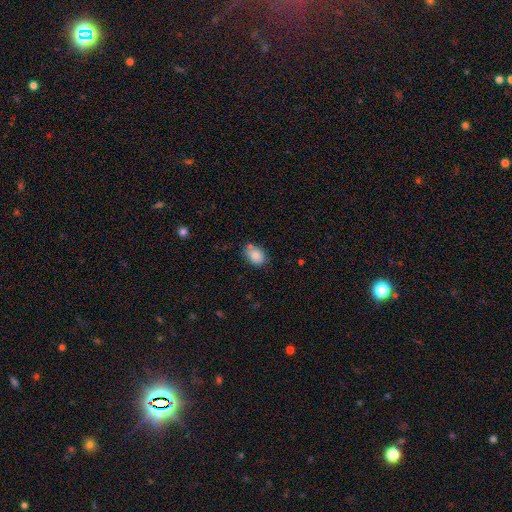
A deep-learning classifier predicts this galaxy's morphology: Q: Smooth or featured?
A: smooth (84%); runner-up: star or artifact (8%)
Q: How rounded?
A: in between (69%); runner-up: round (30%)
Q: Merging?
A: none (66%); runner-up: minor disturbance (20%)